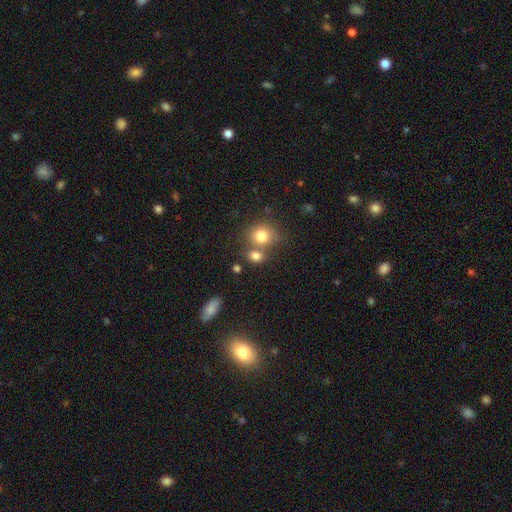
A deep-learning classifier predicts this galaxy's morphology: type=smooth (79%); roundness=round (62%); merging=none (51%).